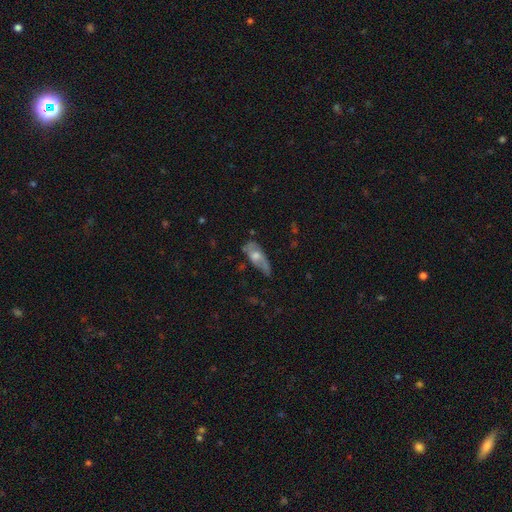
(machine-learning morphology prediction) A featured or disk galaxy (51%). Merging: none (46%).